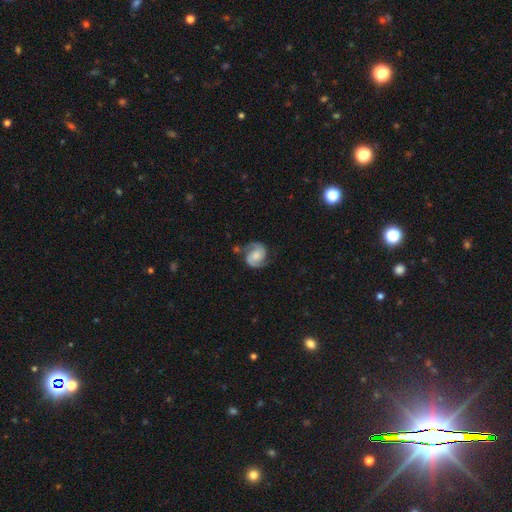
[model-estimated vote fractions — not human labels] Smooth or featured? featured or disk (81%)
Edge-on disk? no (98%)
Bar? no (60%)
Spiral arms? yes (97%)
Spiral winding? medium (50%)
Spiral arm count? 2 (92%)
Bulge size? moderate (37%)
Merging? none (70%)